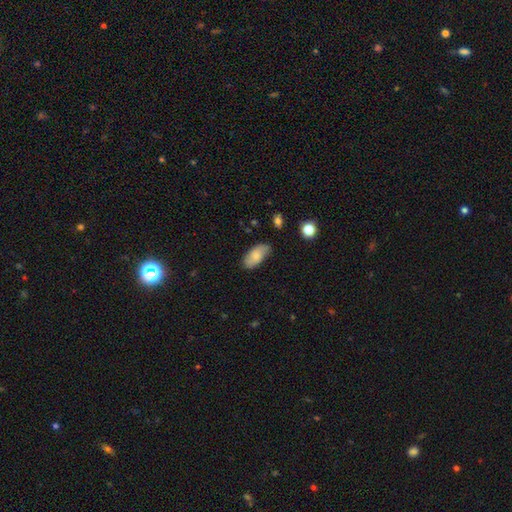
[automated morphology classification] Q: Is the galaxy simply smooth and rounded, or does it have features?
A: smooth — 77%.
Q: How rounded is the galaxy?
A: in between — 92%.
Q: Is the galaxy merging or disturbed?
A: none — 75%.